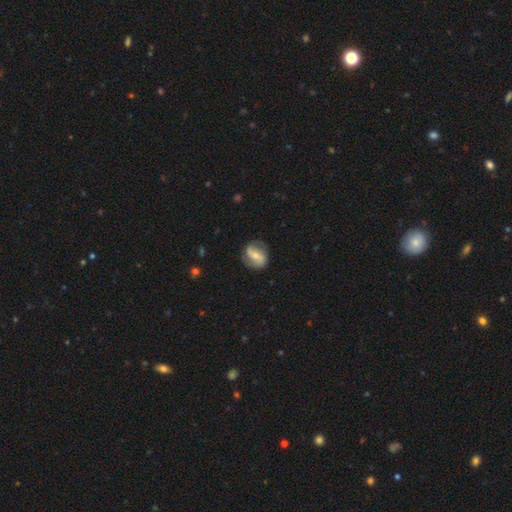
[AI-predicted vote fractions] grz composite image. It shows a featured or disk galaxy (68%) with a strong bar (41%), 2 (86%) medium (39%) spiral arms (85%) and a small central bulge (49%). Merging: none (75%).